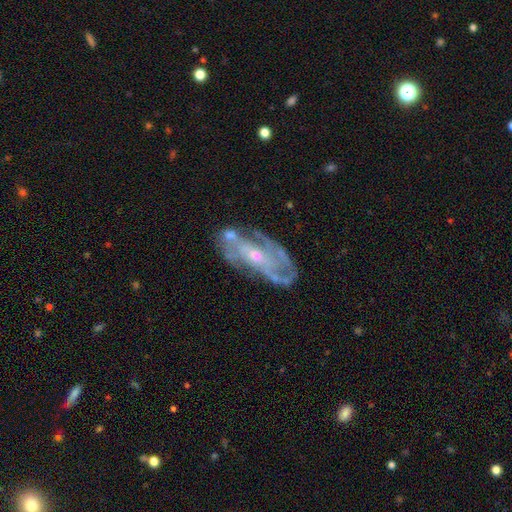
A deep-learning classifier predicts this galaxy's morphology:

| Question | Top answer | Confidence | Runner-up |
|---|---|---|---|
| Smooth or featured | featured or disk | 83% | smooth (10%) |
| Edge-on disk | no | 90% | yes (10%) |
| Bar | no | 61% | weak (28%) |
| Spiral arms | yes | 83% | no (17%) |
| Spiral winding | tight | 44% | medium (38%) |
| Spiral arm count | can't tell | 37% | 2 (30%) |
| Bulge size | small | 59% | moderate (37%) |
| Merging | none | 63% | minor disturbance (20%) |